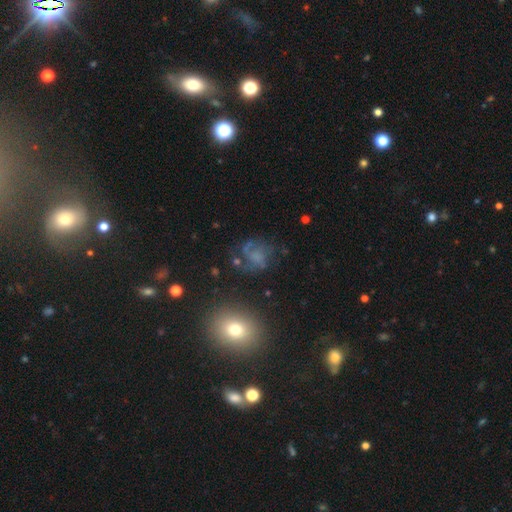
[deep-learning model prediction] Smooth or featured?
  - featured or disk: 52% *
  - smooth: 31%
  - star or artifact: 17%
Edge-on disk?
  - no: 97% *
  - yes: 3%
Bar?
  - no: 71% *
  - weak: 24%
  - strong: 5%
Spiral arms?
  - yes: 75% *
  - no: 25%
Bulge size?
  - none: 54% *
  - small: 20%
  - moderate: 17%
  - large: 6%
  - dominant: 2%
Merging?
  - none: 57% *
  - major disturbance: 20%
  - minor disturbance: 19%
  - merger: 4%